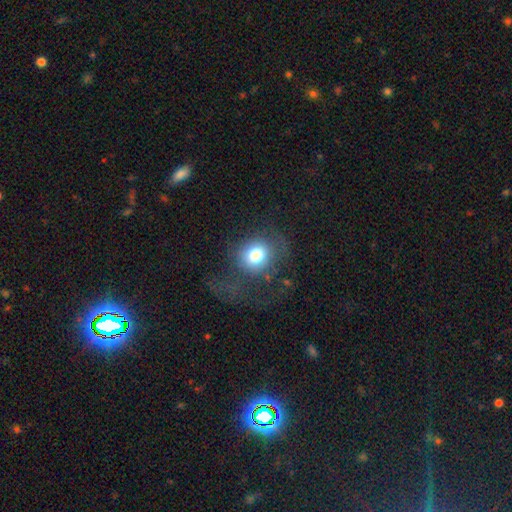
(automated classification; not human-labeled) smooth 72%, featured or disk 15%, star or artifact 13%. Down the decision tree: how rounded — round (78%); merging — none (54%).